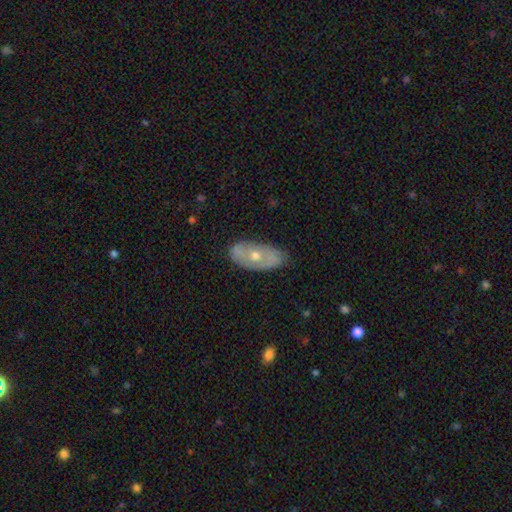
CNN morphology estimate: A featured or disk galaxy (50%). Merging: none (75%).